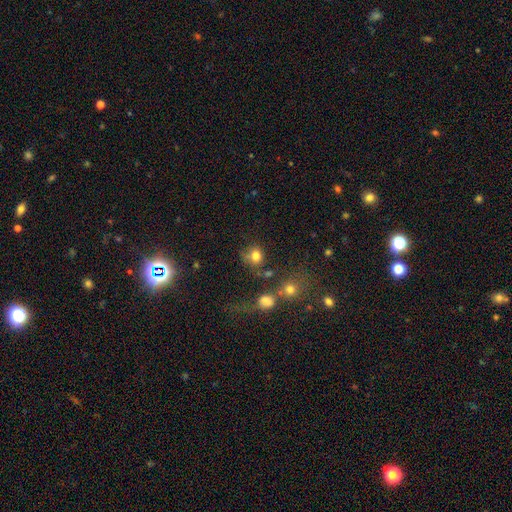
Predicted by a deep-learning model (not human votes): smooth 77%, star or artifact 14%, featured or disk 9%. Down the decision tree: how rounded — round (78%); merging — none (56%).